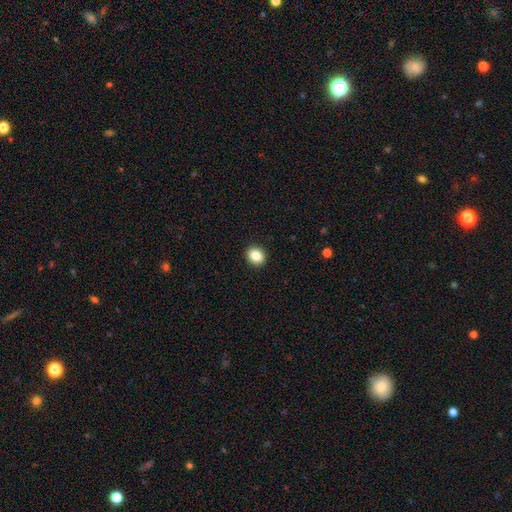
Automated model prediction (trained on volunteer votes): Overall: smooth (85%). How rounded: round (59%; in between 40%). Merging: none (92%).